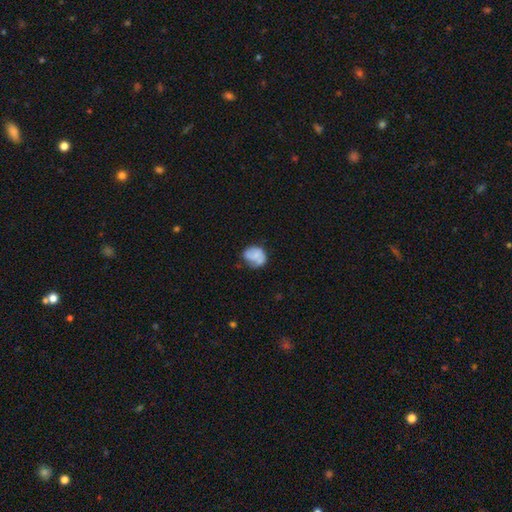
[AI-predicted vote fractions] This is likely a smooth galaxy (61%). How rounded: possibly round (53%). Merging: possibly none (49%).